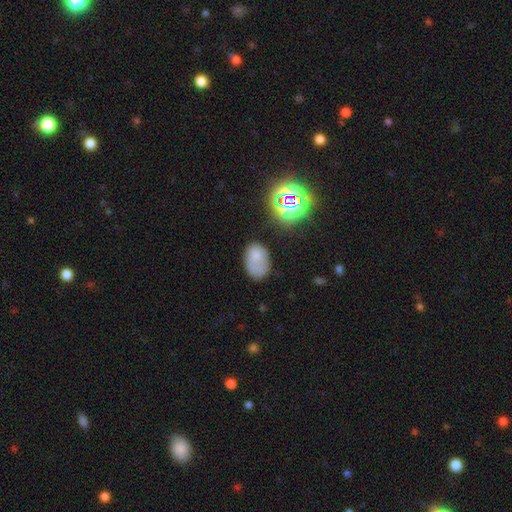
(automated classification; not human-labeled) Smooth or featured? Predicted: smooth (p=0.57). How rounded? Predicted: in between (p=0.82). Merging? Predicted: none (p=0.53).